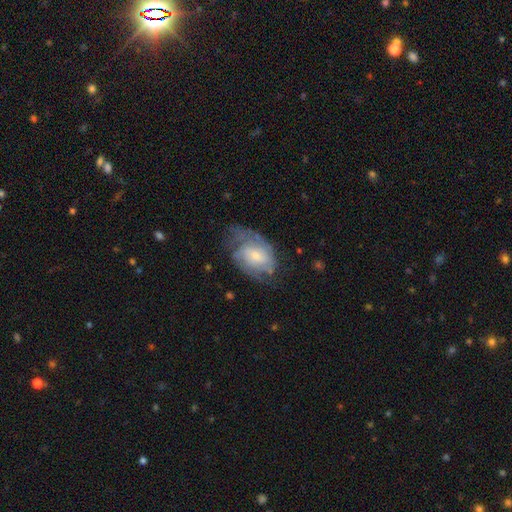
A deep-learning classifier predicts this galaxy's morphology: featured or disk 71%, smooth 23%, star or artifact 6%. Down the decision tree: edge-on disk — no (96%); bar — no (58%); spiral arms — yes (87%); spiral arm count — 2 (44%); spiral winding — medium (44%); bulge size — small (54%); merging — none (50%).